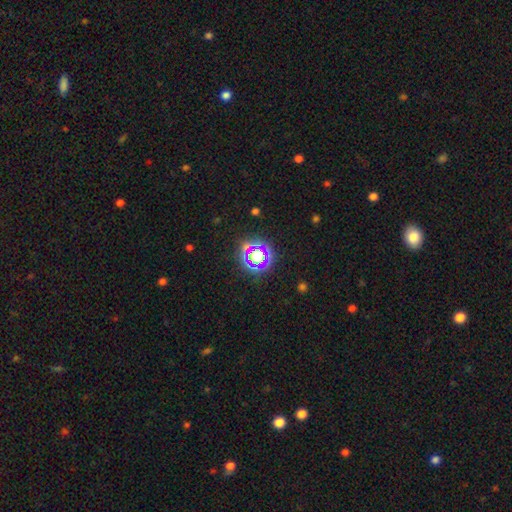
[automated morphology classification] Smooth or featured? star or artifact (63%)